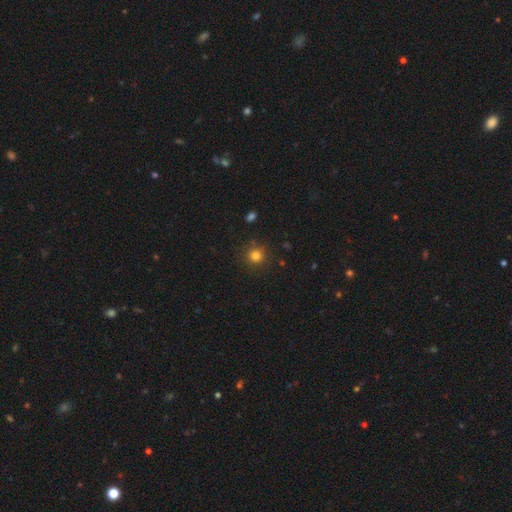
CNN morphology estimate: smooth-or-featured: smooth: 81% | star or artifact: 14% | featured or disk: 5%
  how-rounded: round: 93% | in between: 6% | cigar-shaped: 1%
  merging: none: 86% | minor disturbance: 8% | major disturbance: 3% | merger: 2%